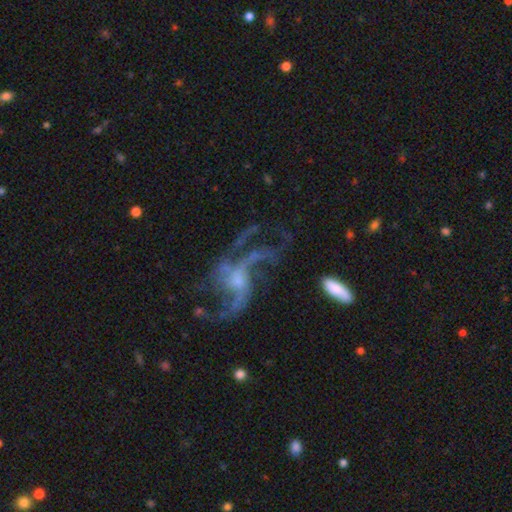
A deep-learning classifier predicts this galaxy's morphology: Smooth or featured?
  - featured or disk: 82% *
  - star or artifact: 11%
  - smooth: 7%
Edge-on disk?
  - no: 96% *
  - yes: 4%
Bar?
  - no: 61% *
  - weak: 30%
  - strong: 9%
Spiral arms?
  - yes: 90% *
  - no: 10%
Spiral winding?
  - loose: 73% *
  - medium: 22%
  - tight: 5%
Spiral arm count?
  - 3: 27% *
  - 2: 26%
  - 4: 17%
  - can't tell: 15%
  - 1: 8%
  - more than 4: 7%
Bulge size?
  - small: 54% *
  - moderate: 27%
  - none: 13%
  - large: 4%
  - dominant: 2%
Merging?
  - none: 44% *
  - major disturbance: 35%
  - minor disturbance: 15%
  - merger: 6%